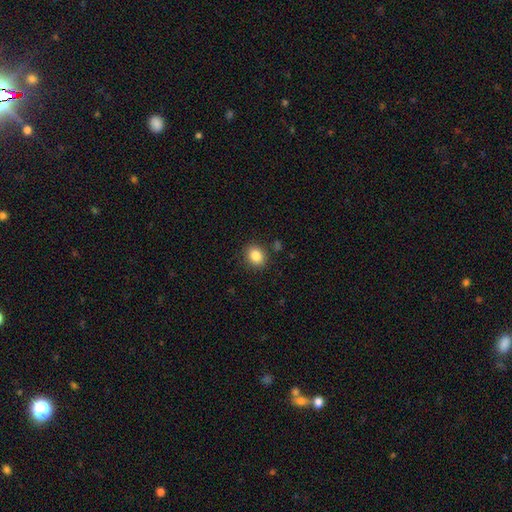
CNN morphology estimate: Smooth or featured? Predicted: smooth (p=0.85). How rounded? Predicted: round (p=0.53). Merging? Predicted: none (p=0.86).